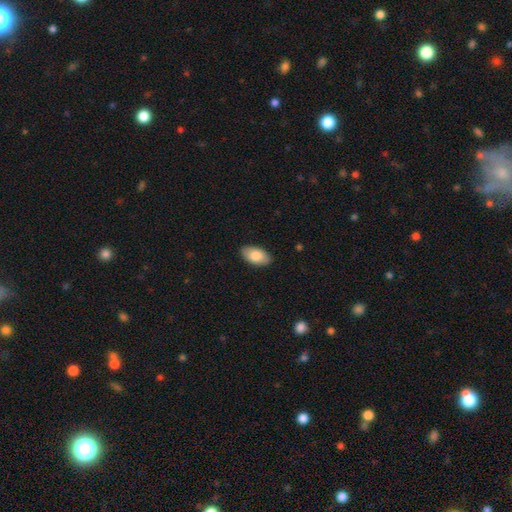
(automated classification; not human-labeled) smooth-or-featured: smooth: 82% | featured or disk: 12% | star or artifact: 6%
  how-rounded: in between: 95% | round: 3% | cigar-shaped: 2%
  merging: none: 88% | minor disturbance: 9% | major disturbance: 2% | merger: 1%